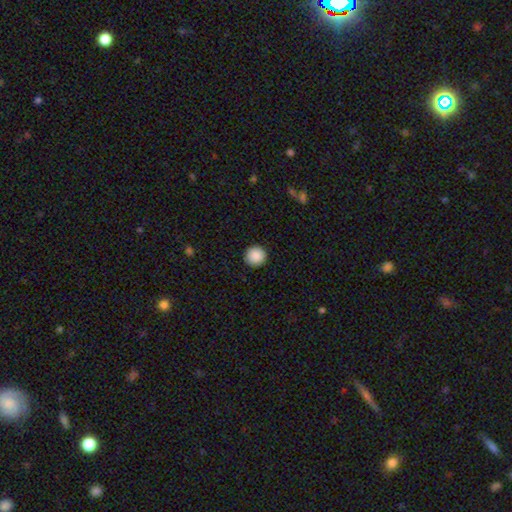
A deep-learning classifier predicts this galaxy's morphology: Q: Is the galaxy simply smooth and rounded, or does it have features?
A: smooth — 89%.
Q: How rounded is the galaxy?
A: round — 95%.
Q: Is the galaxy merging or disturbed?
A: none — 93%.